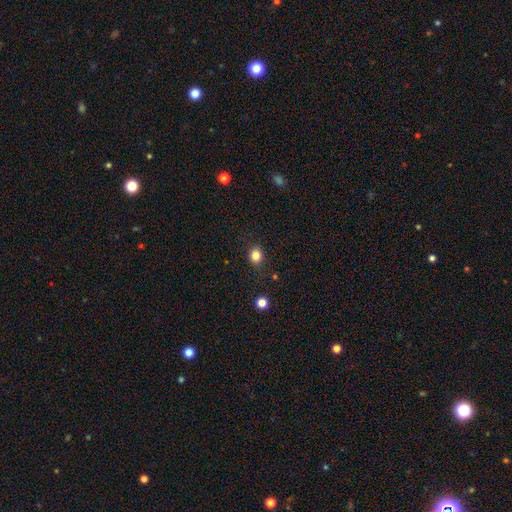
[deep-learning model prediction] smooth_or_featured: smooth (p=0.83) [alt: star or artifact p=0.12]
how_rounded: round (p=0.71) [alt: in between p=0.28]
merging: none (p=0.86) [alt: minor disturbance p=0.10]